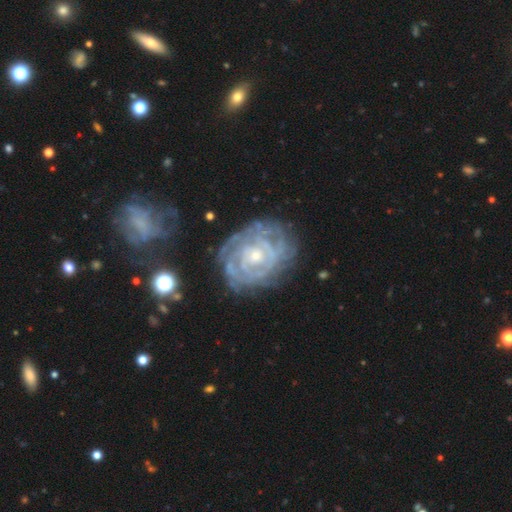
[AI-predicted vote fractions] Smooth or featured? featured or disk (86%)
Edge-on disk? no (97%)
Bar? no (74%)
Spiral arms? yes (91%)
Spiral winding? tight (79%)
Spiral arm count? can't tell (48%)
Bulge size? small (61%)
Merging? none (70%)